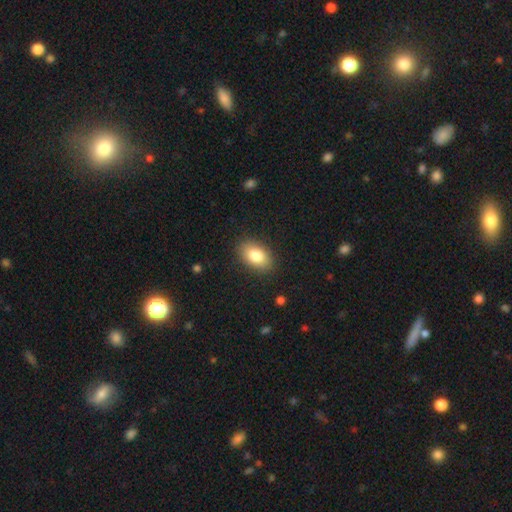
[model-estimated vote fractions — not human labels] The model was most divided on "smooth or featured": smooth: 83%, featured or disk: 10%, star or artifact: 7%. More confident: how rounded — in between (89%); merging — none (87%).